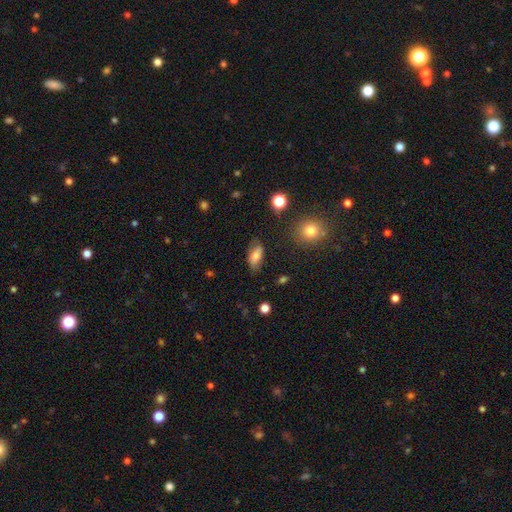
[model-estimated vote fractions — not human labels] Smooth or featured?
  - smooth: 76% *
  - featured or disk: 15%
  - star or artifact: 9%
How rounded?
  - in between: 87% *
  - cigar-shaped: 8%
  - round: 5%
Merging?
  - none: 72% *
  - minor disturbance: 20%
  - major disturbance: 6%
  - merger: 2%